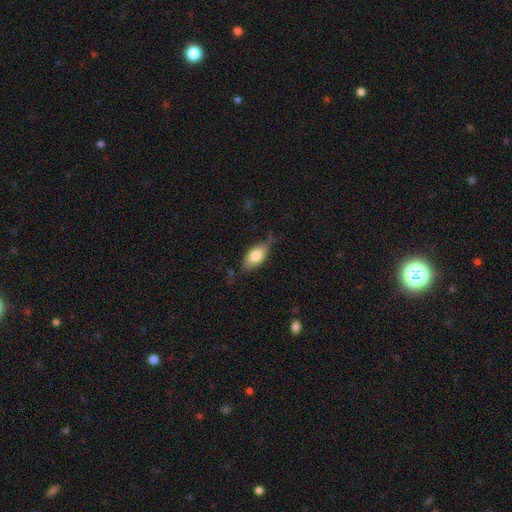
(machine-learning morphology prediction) A smooth galaxy with no disk features (73%) that is in between round and cigar-shaped (87%).

Vote fractions:
- Smooth or featured? smooth: 73% / featured or disk: 21% / star or artifact: 6%
- How rounded? in between: 87% / cigar-shaped: 9% / round: 4%
- Merging? none: 63% / minor disturbance: 27% / major disturbance: 7% / merger: 2%